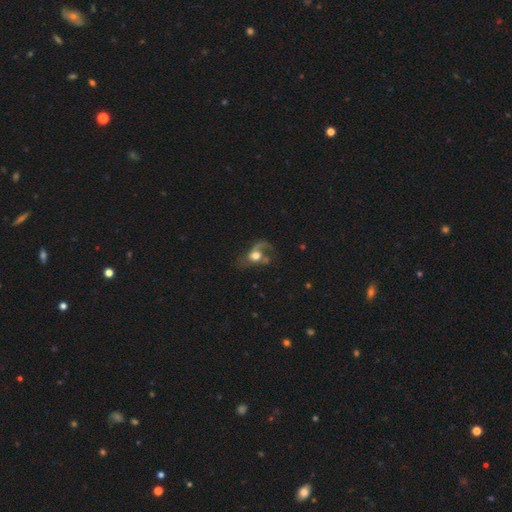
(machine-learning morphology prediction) type=featured or disk (54%); edge-on=no (95%); bar=no (75%); spiral arms=yes (69%); bulge=moderate (45%); merging=major disturbance (44%).